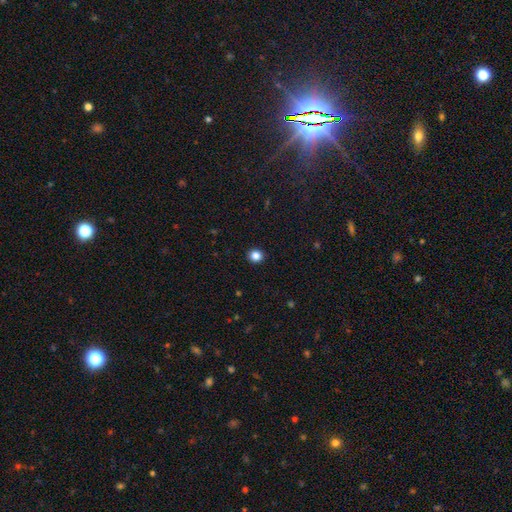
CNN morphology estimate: Smooth or featured? Predicted: smooth (p=0.85). How rounded? Predicted: round (p=0.88). Merging? Predicted: none (p=0.93).